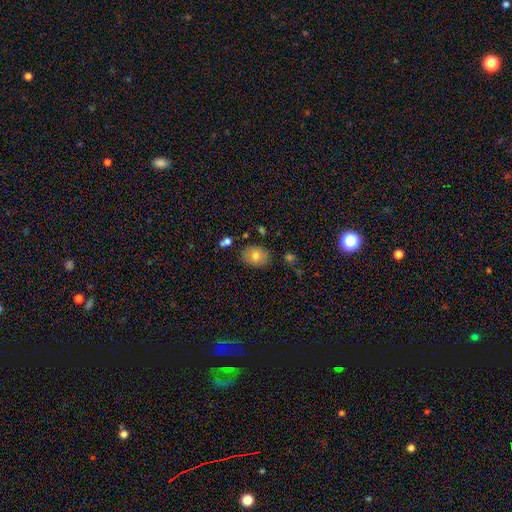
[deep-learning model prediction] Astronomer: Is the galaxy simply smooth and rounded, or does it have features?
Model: smooth — 75%.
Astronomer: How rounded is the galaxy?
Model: in between — 65%.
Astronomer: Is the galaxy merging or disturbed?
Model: none — 79%.